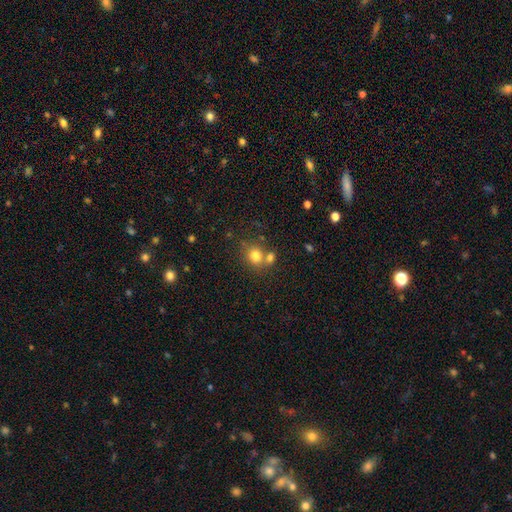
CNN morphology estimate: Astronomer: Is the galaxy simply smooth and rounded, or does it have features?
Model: smooth — 79%.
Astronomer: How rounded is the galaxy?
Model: round — 70%.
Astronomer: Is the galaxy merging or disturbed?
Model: none — 52% (runner-up: merger, 34%).